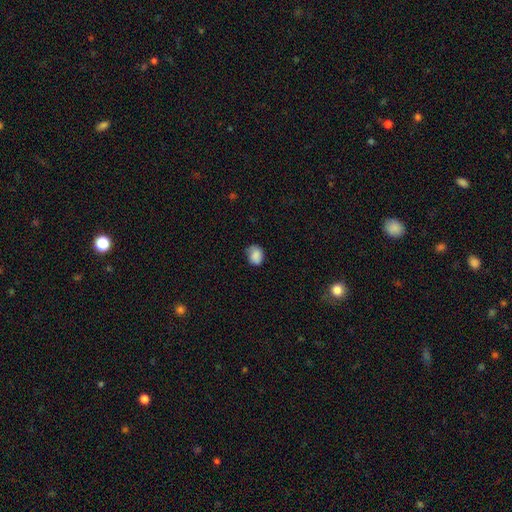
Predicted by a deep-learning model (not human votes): Q: Smooth or featured?
A: smooth (84%); runner-up: star or artifact (8%)
Q: How rounded?
A: round (50%); runner-up: in between (49%)
Q: Merging?
A: none (64%); runner-up: minor disturbance (28%)